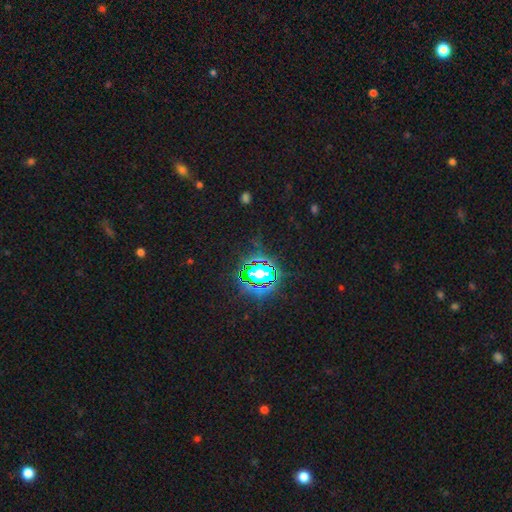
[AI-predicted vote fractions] smooth-or-featured: star or artifact: 83% | smooth: 10% | featured or disk: 6%